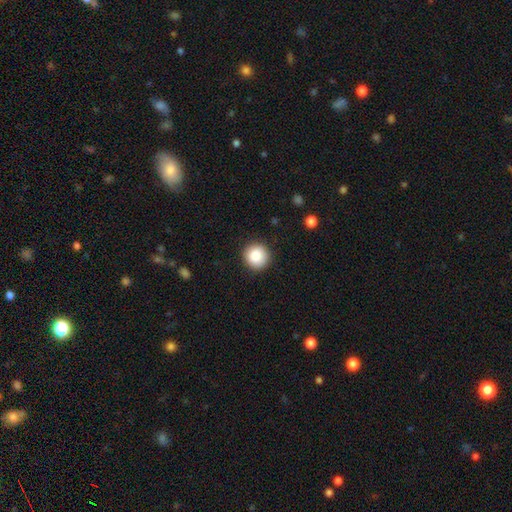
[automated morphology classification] smooth 86%, star or artifact 8%, featured or disk 6%. Down the decision tree: how rounded — round (94%); merging — none (91%).